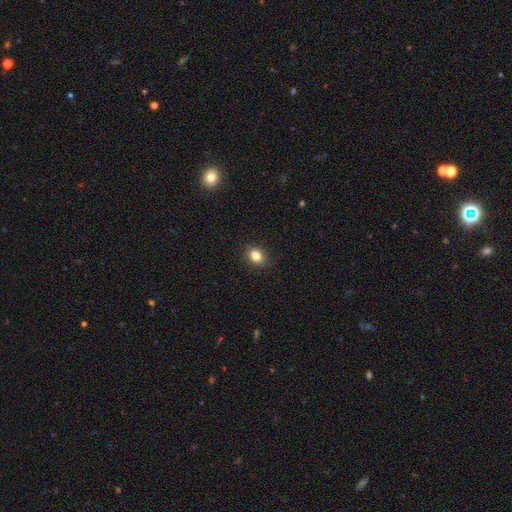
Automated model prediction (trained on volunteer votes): smooth-or-featured: smooth: 83% | star or artifact: 11% | featured or disk: 6%
  how-rounded: in between: 53% | round: 46% | cigar-shaped: 1%
  merging: none: 89% | minor disturbance: 8% | major disturbance: 2% | merger: 1%